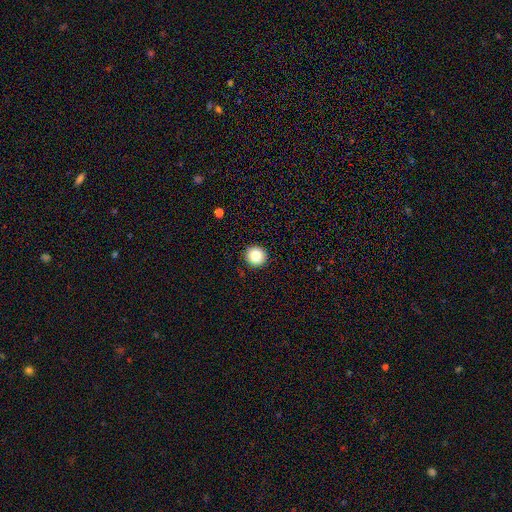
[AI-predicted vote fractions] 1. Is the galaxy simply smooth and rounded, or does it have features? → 83% smooth, 10% star or artifact, 7% featured or disk.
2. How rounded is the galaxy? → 95% round, 4% in between, 1% cigar-shaped.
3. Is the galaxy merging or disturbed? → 93% none, 5% minor disturbance, 2% major disturbance, 1% merger.